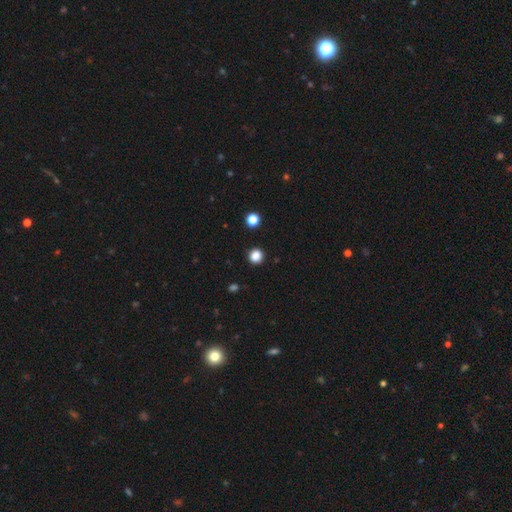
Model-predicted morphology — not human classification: Smooth or featured? smooth (85%)
How rounded? round (93%)
Merging? none (92%)